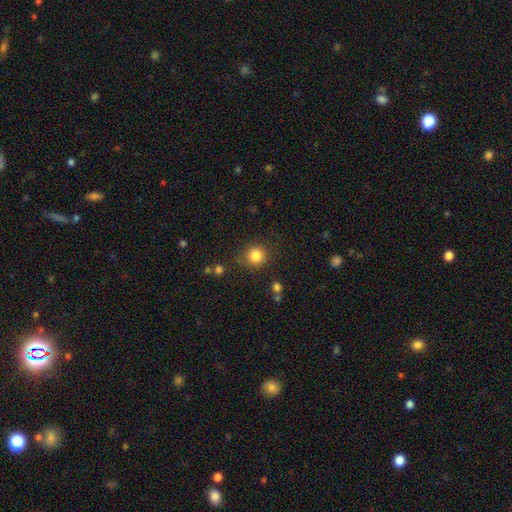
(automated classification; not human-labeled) Smooth or featured? smooth (83%)
How rounded? round (90%)
Merging? none (84%)